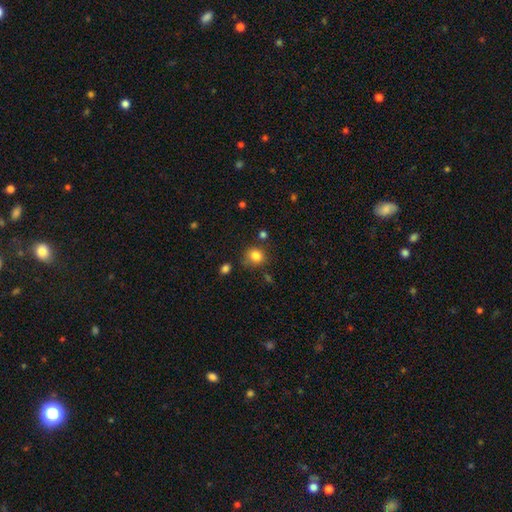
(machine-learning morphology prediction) smooth_or_featured: smooth (p=0.83) [alt: star or artifact p=0.11]
how_rounded: round (p=0.76) [alt: in between p=0.23]
merging: none (p=0.69) [alt: minor disturbance p=0.20]